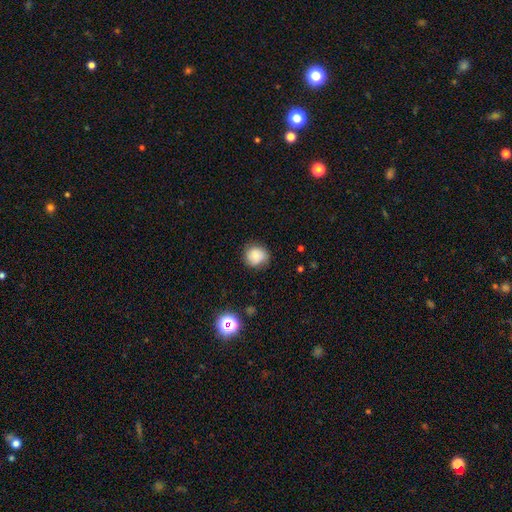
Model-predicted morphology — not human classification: type=smooth (73%); roundness=round (86%); merging=none (74%).